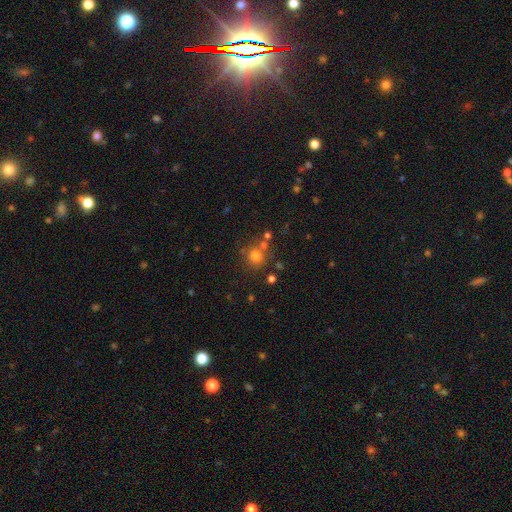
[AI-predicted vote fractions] A smooth galaxy with no disk features (74%) that is round (88%).

Vote fractions:
- Smooth or featured? smooth: 74% / star or artifact: 17% / featured or disk: 9%
- How rounded? round: 88% / in between: 11% / cigar-shaped: 1%
- Merging? none: 69% / merger: 15% / minor disturbance: 11% / major disturbance: 5%